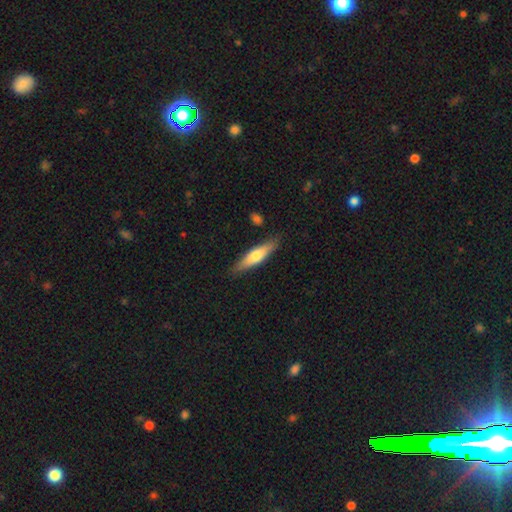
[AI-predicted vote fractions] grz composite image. It shows a smooth galaxy with no disk features (59%) that is cigar-shaped (76%). Merging: none (85%).